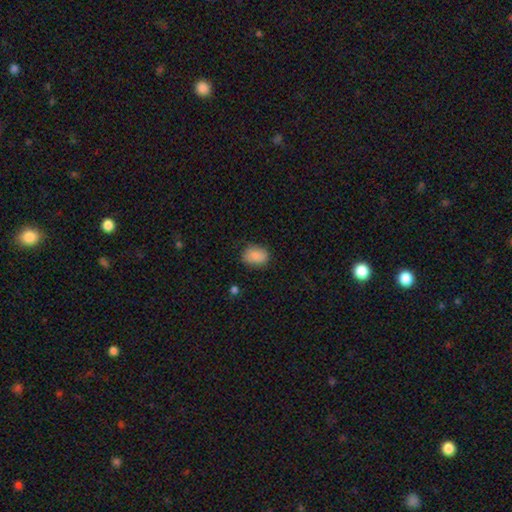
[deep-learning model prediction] Smooth or featured?
  - smooth: 88% *
  - star or artifact: 7%
  - featured or disk: 5%
How rounded?
  - in between: 78% *
  - round: 21%
  - cigar-shaped: 1%
Merging?
  - none: 79% *
  - minor disturbance: 16%
  - major disturbance: 4%
  - merger: 1%